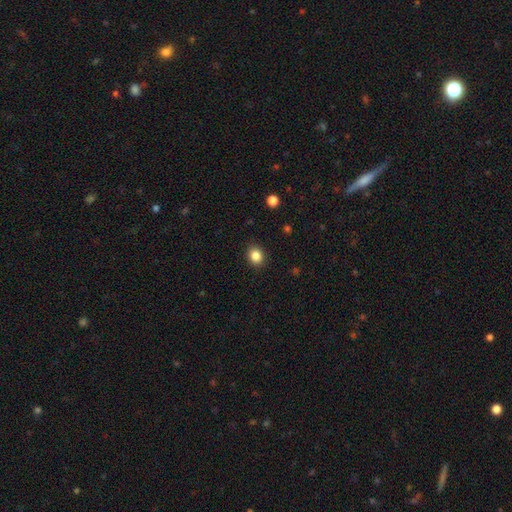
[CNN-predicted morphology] The model was most divided on "how rounded": round: 61%, in between: 38%, cigar-shaped: 1%. More confident: merging — none (90%); smooth or featured — smooth (85%).